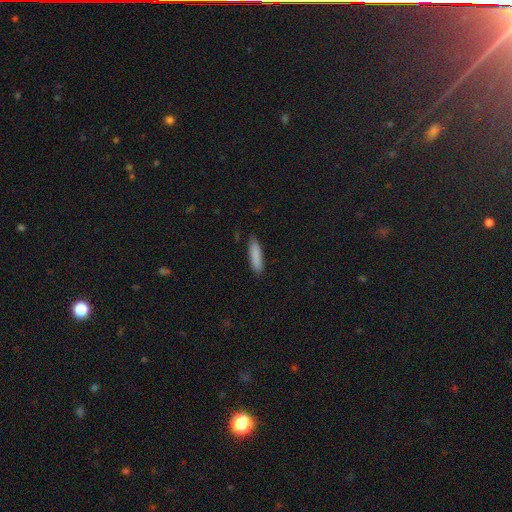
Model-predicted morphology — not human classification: smooth_or_featured: smooth (p=0.87) [alt: featured or disk p=0.07]
how_rounded: cigar-shaped (p=0.70) [alt: in between p=0.28]
merging: none (p=0.84) [alt: minor disturbance p=0.13]